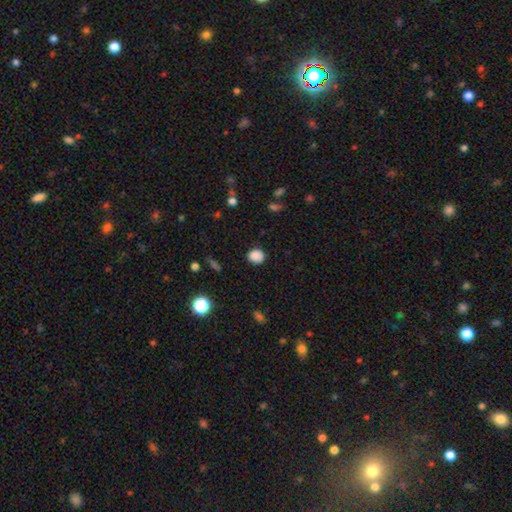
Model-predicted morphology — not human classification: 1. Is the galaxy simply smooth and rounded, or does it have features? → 86% smooth, 11% star or artifact, 4% featured or disk.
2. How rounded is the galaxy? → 82% round, 17% in between, 1% cigar-shaped.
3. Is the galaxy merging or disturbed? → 86% none, 10% minor disturbance, 3% major disturbance, 1% merger.